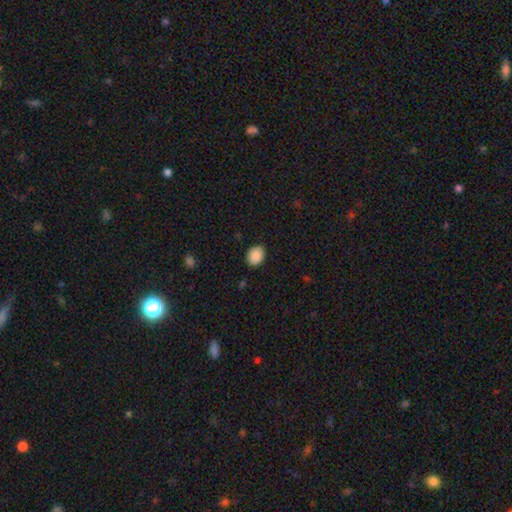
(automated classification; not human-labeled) smooth-or-featured: smooth: 89% | star or artifact: 8% | featured or disk: 3%
  how-rounded: in between: 58% | round: 41% | cigar-shaped: 1%
  merging: none: 87% | minor disturbance: 10% | major disturbance: 2% | merger: 1%